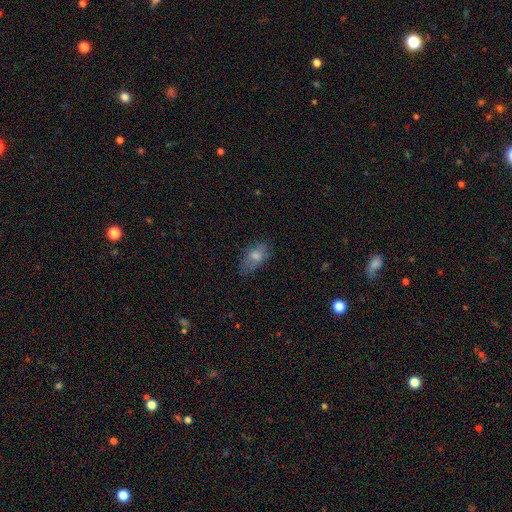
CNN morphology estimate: The model was most divided on "merging": none: 64%, minor disturbance: 25%, major disturbance: 9%, merger: 2%. More confident: how rounded — in between (89%); smooth or featured — smooth (75%).